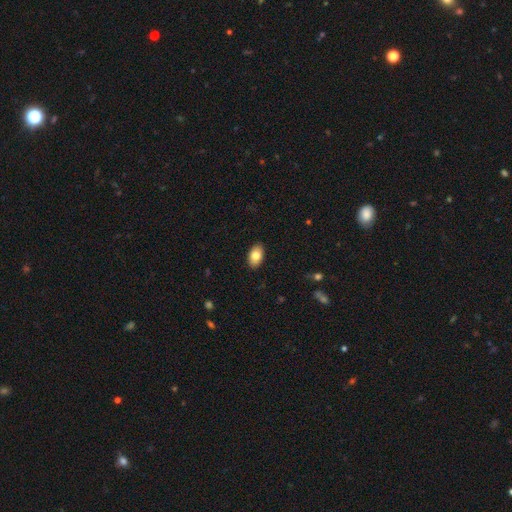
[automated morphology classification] This is clearly a smooth galaxy (81%). How rounded: clearly in between (91%). Merging: clearly none (89%).